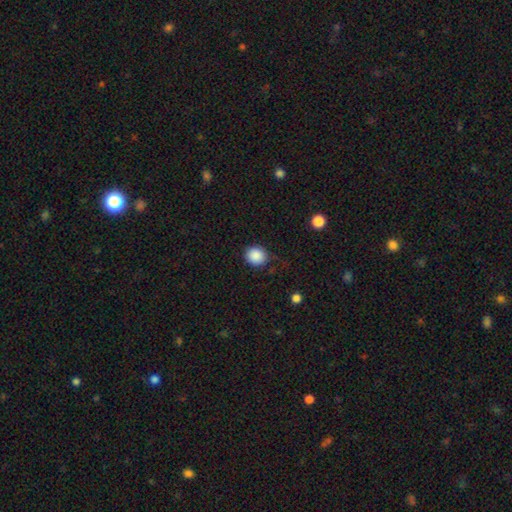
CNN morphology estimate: This is clearly a smooth galaxy (88%). How rounded: clearly round (86%). Merging: likely none (79%).